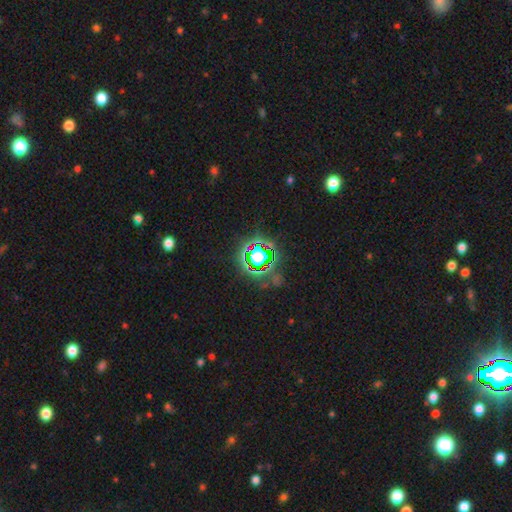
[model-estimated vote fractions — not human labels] smooth_or_featured: star or artifact (p=0.69) [alt: smooth p=0.19]